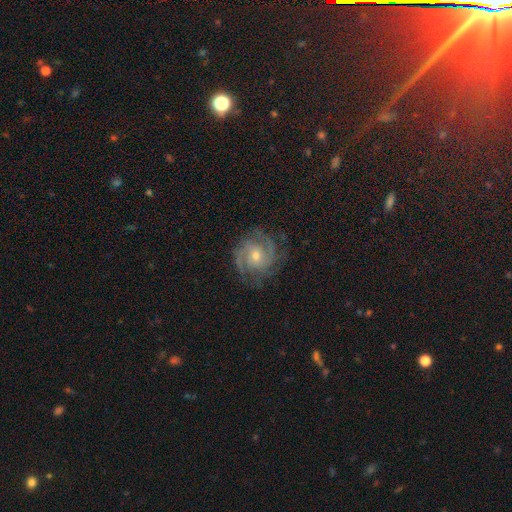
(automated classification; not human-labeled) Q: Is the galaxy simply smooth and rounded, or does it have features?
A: featured or disk — 86%.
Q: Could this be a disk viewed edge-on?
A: no — 98%.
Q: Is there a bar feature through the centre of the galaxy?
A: no — 66%.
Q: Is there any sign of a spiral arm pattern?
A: yes — 97%.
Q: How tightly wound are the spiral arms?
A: tight — 52%.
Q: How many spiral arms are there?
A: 2 — 33%.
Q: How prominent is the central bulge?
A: small — 48%, tied with moderate.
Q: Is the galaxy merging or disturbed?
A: none — 77%.